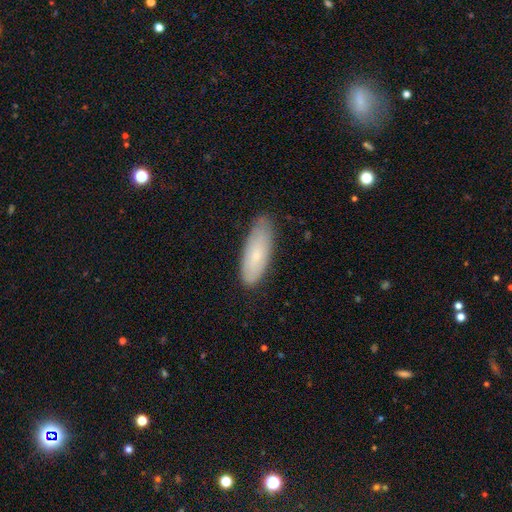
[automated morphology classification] Smooth or featured?
  - smooth: 71% *
  - featured or disk: 22%
  - star or artifact: 7%
How rounded?
  - in between: 66% *
  - cigar-shaped: 32%
  - round: 2%
Merging?
  - none: 78% *
  - minor disturbance: 18%
  - major disturbance: 3%
  - merger: 1%